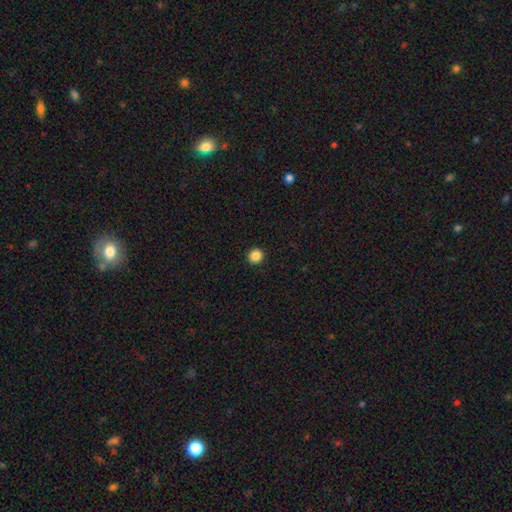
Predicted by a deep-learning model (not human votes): A smooth galaxy with no disk features (86%) that is round (95%).

Vote fractions:
- Smooth or featured? smooth: 86% / star or artifact: 11% / featured or disk: 3%
- How rounded? round: 95% / in between: 4% / cigar-shaped: 1%
- Merging? none: 94% / minor disturbance: 4% / major disturbance: 1% / merger: 1%